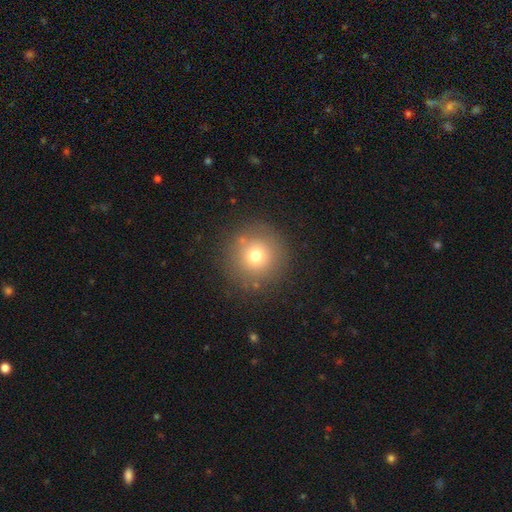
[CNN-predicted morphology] Q: Smooth or featured?
A: smooth (73%); runner-up: star or artifact (15%)
Q: How rounded?
A: round (95%); runner-up: in between (4%)
Q: Merging?
A: none (86%); runner-up: minor disturbance (8%)